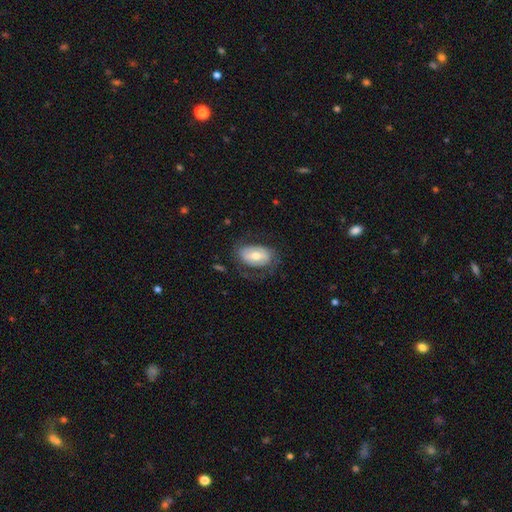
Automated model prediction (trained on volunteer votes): smooth 48%, featured or disk 46%, star or artifact 6%. Down the decision tree: merging — none (62%).